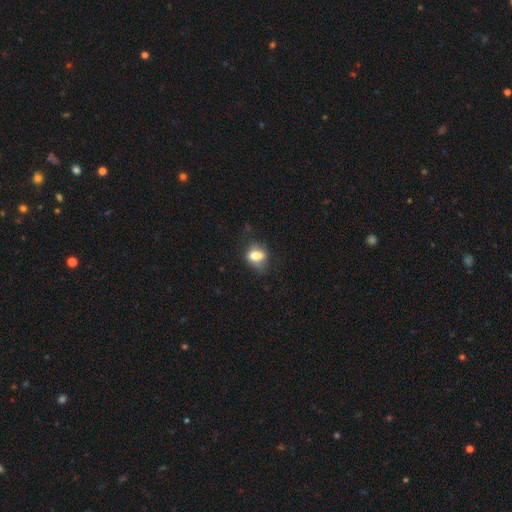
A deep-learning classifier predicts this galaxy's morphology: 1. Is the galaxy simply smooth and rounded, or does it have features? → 67% smooth, 23% featured or disk, 10% star or artifact.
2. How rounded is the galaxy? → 69% in between, 27% round, 4% cigar-shaped.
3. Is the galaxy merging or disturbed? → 64% none, 23% minor disturbance, 10% major disturbance, 3% merger.